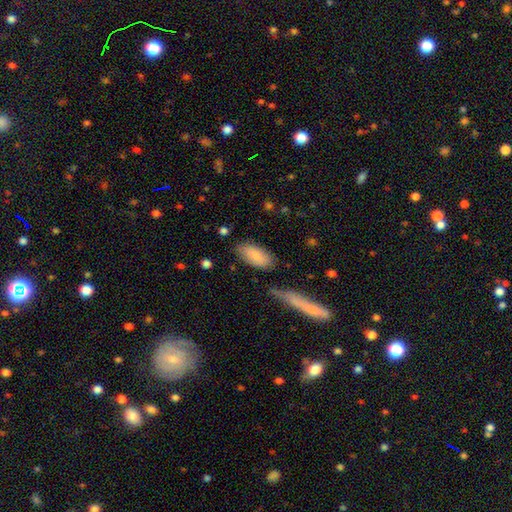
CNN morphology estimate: A smooth galaxy with no disk features (86%) that is in between round and cigar-shaped (90%). Merging: none (74%).